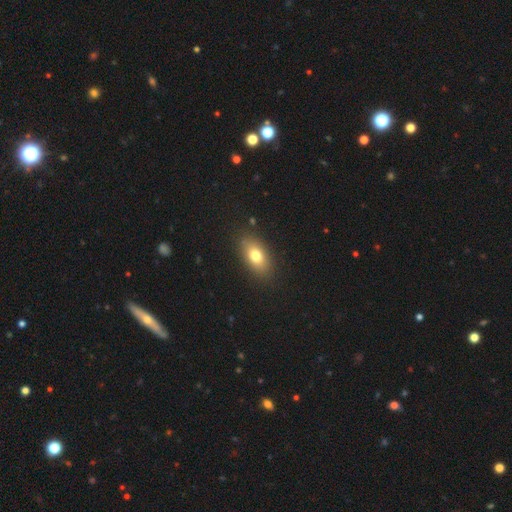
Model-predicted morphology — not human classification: Smooth or featured?
  - smooth: 76% *
  - featured or disk: 14%
  - star or artifact: 9%
How rounded?
  - in between: 86% *
  - round: 10%
  - cigar-shaped: 4%
Merging?
  - none: 85% *
  - minor disturbance: 11%
  - major disturbance: 3%
  - merger: 1%